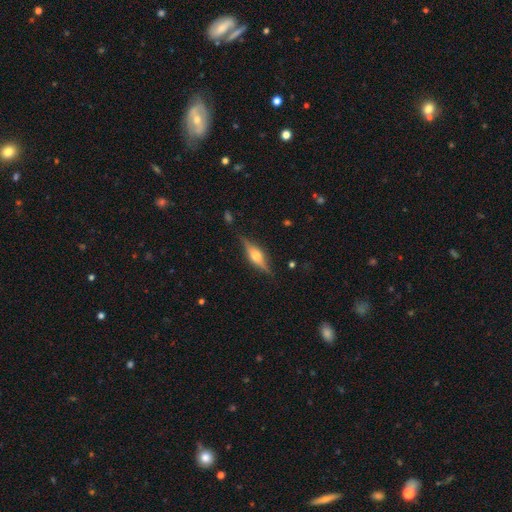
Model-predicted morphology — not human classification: This appears to be a featured or disk galaxy (71%) viewed edge-on (96%) with a rounded central bulge (87%). Merging: none (84%).